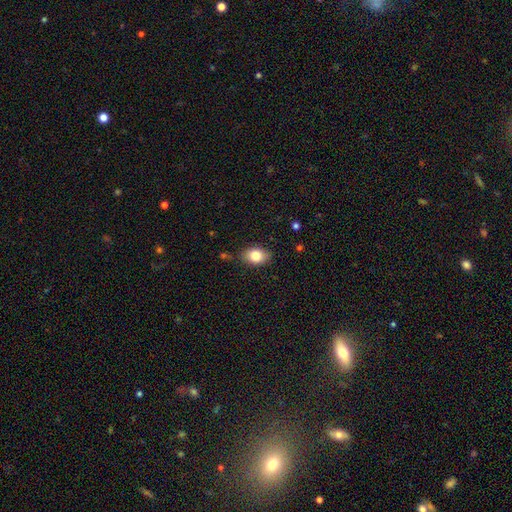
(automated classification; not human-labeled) smooth 81%, featured or disk 11%, star or artifact 9%. Down the decision tree: how rounded — in between (79%); merging — none (79%).